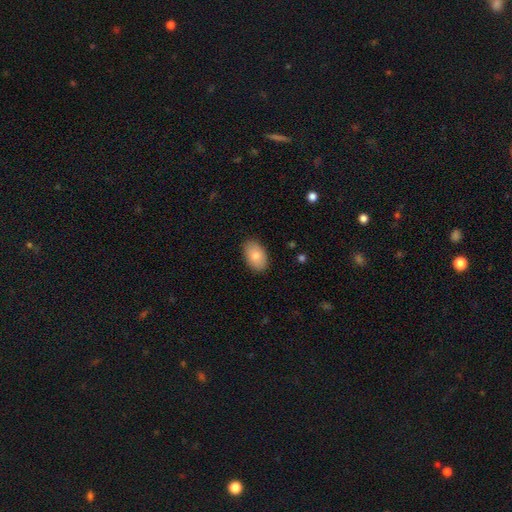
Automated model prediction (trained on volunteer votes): Smooth or featured?
  - smooth: 82% *
  - featured or disk: 11%
  - star or artifact: 7%
How rounded?
  - in between: 92% *
  - round: 7%
  - cigar-shaped: 1%
Merging?
  - none: 87% *
  - minor disturbance: 10%
  - major disturbance: 2%
  - merger: 1%